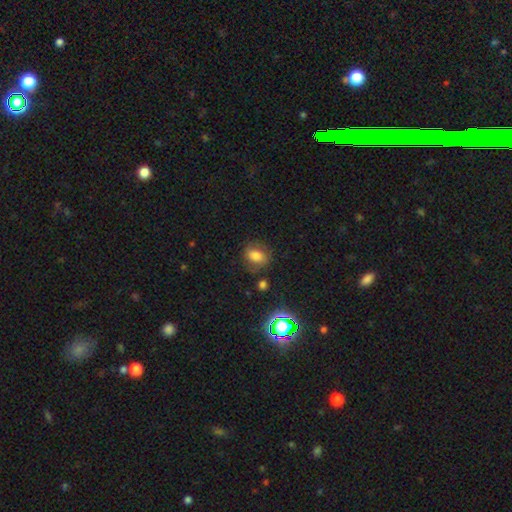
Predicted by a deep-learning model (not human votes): The model was most divided on "how rounded": in between: 60%, round: 38%, cigar-shaped: 2%. More confident: merging — none (71%); smooth or featured — smooth (63%).